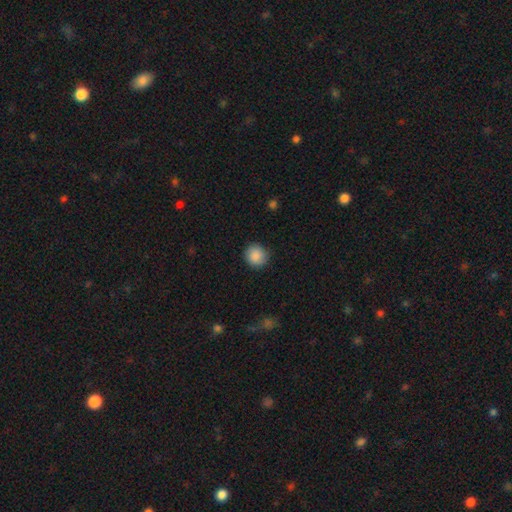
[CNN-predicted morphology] smooth-or-featured: smooth: 89% | star or artifact: 8% | featured or disk: 4%
  how-rounded: round: 91% | in between: 8% | cigar-shaped: 1%
  merging: none: 89% | minor disturbance: 8% | major disturbance: 2% | merger: 1%